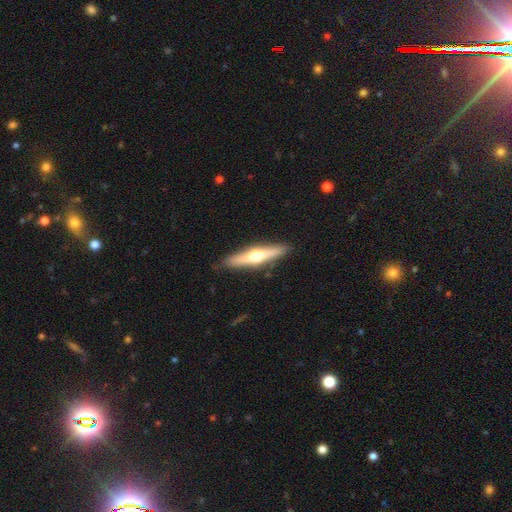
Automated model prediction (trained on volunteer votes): This is possibly a featured or disk galaxy (59%). It is clearly viewed edge-on (95%). Edge-on bulge: clearly rounded (94%). Merging: clearly none (89%).